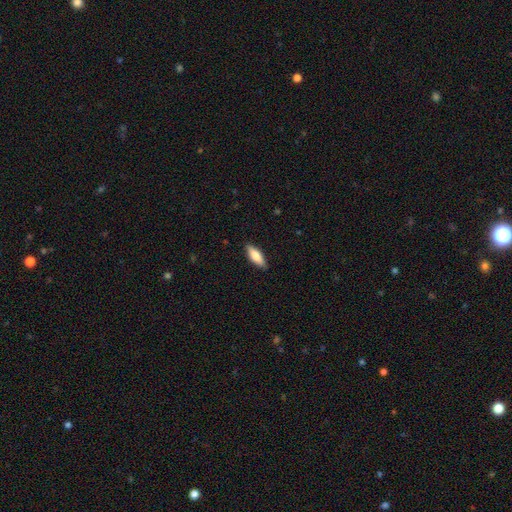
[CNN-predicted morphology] This is likely a smooth galaxy (79%). How rounded: likely in between (64%). Merging: clearly none (88%).